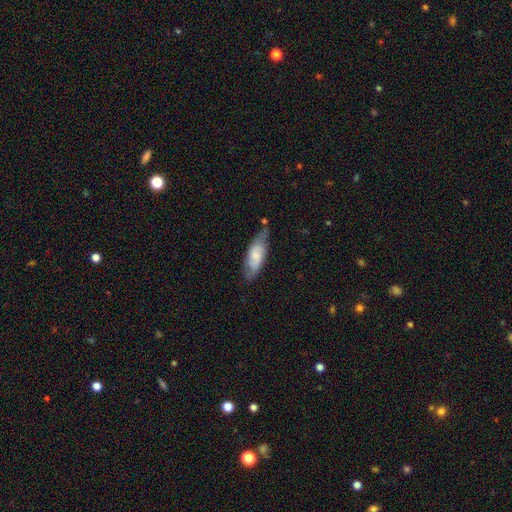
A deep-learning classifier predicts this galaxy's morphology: Q: Smooth or featured?
A: smooth (61%); runner-up: featured or disk (33%)
Q: How rounded?
A: in between (66%); runner-up: cigar-shaped (32%)
Q: Merging?
A: none (56%); runner-up: minor disturbance (32%)